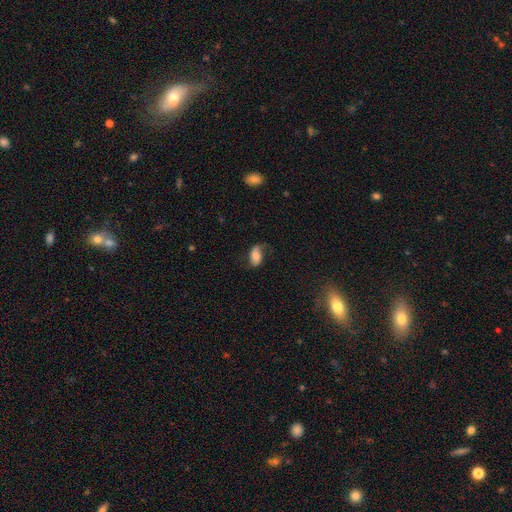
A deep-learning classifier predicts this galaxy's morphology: A smooth galaxy with no disk features (59%) that is in between round and cigar-shaped (91%). Merging: none (57%).